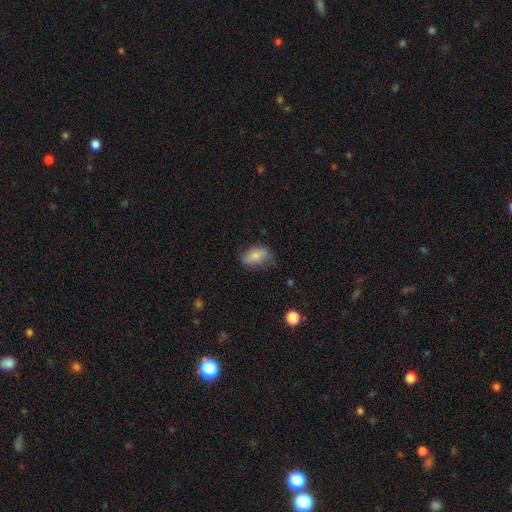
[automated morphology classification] type=smooth (78%); roundness=in between (89%); merging=none (60%).